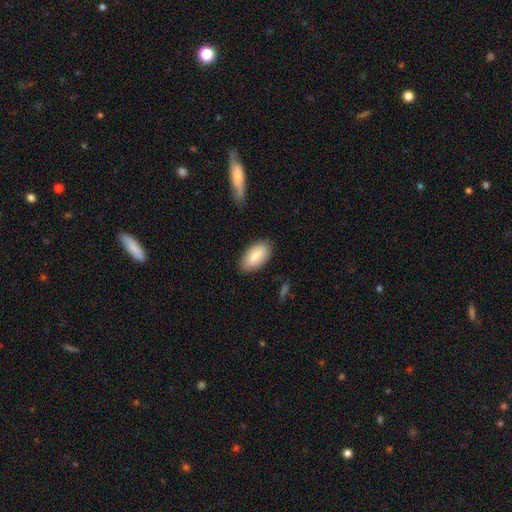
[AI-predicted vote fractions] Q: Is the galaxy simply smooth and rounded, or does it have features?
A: smooth — 80%.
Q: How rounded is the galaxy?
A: in between — 94%.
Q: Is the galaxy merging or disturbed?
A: none — 84%.